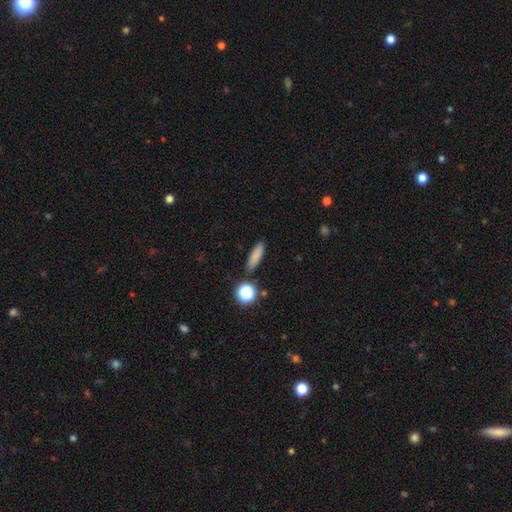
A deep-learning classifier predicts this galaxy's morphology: smooth 81%, star or artifact 11%, featured or disk 8%. Down the decision tree: how rounded — cigar-shaped (58%); merging — none (85%).